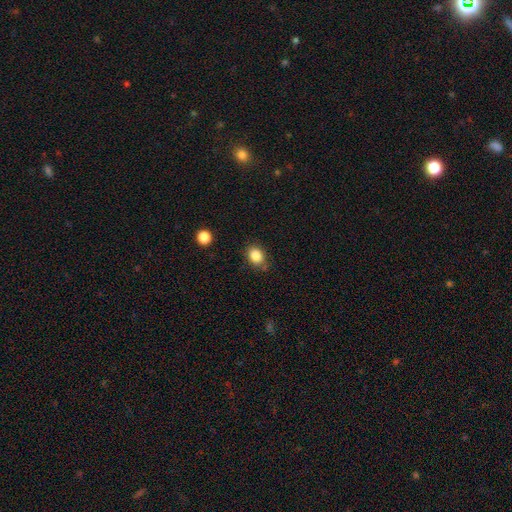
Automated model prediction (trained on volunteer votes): Morphology: type=smooth (85%); roundness=in between (55%); merging=none (78%).